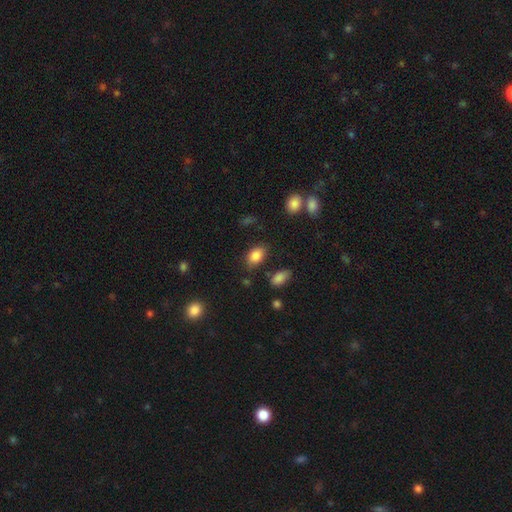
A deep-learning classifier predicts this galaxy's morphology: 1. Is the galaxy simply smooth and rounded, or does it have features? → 85% smooth, 9% star or artifact, 6% featured or disk.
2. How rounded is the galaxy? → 88% in between, 10% round, 2% cigar-shaped.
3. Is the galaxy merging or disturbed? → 79% none, 14% minor disturbance, 4% major disturbance, 3% merger.